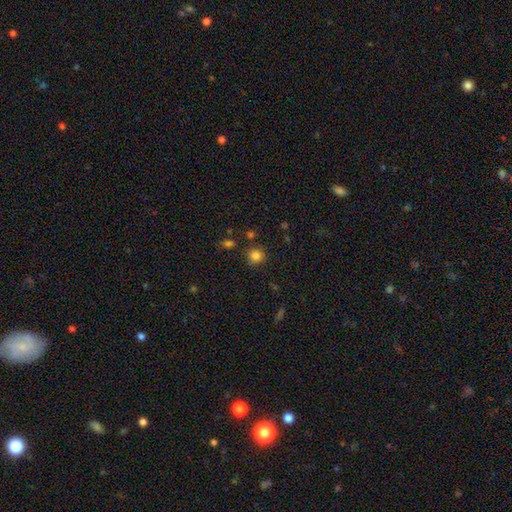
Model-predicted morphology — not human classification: Overall: smooth (82%). How rounded: round (91%). Merging: none (84%).